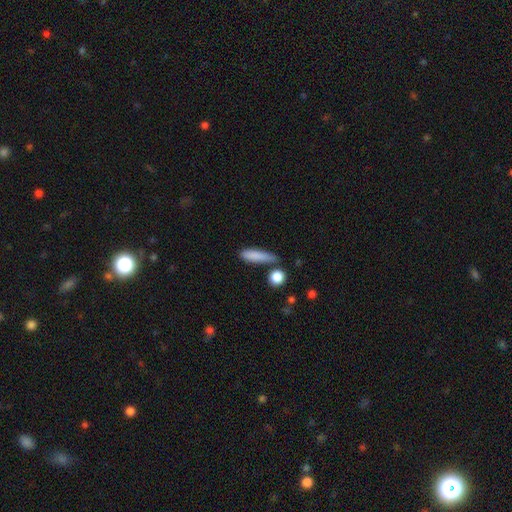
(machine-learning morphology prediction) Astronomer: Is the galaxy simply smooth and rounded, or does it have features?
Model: smooth — 83%.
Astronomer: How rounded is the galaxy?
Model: cigar-shaped — 69%.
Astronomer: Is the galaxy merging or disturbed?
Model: none — 62%.